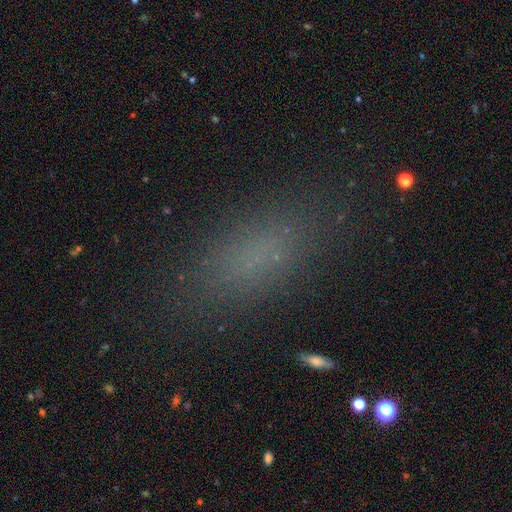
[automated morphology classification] Overall: smooth (73%). How rounded: in between (71%). Merging: none (81%).